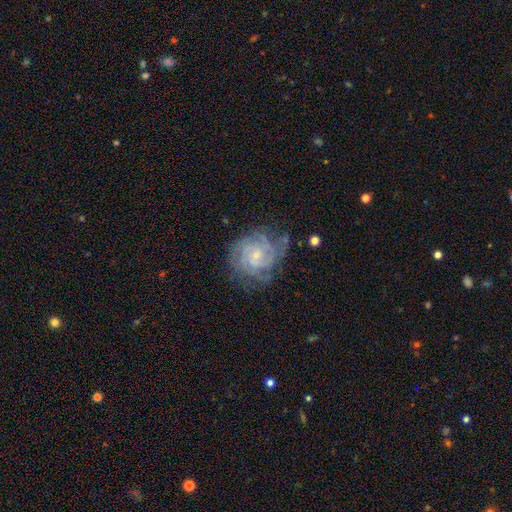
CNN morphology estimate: type=featured or disk (79%); edge-on=no (98%); bar=no (66%); spiral arms=yes (92%); winding=tight (66%); arm count=can't tell (40%); bulge=small (68%); merging=none (67%).